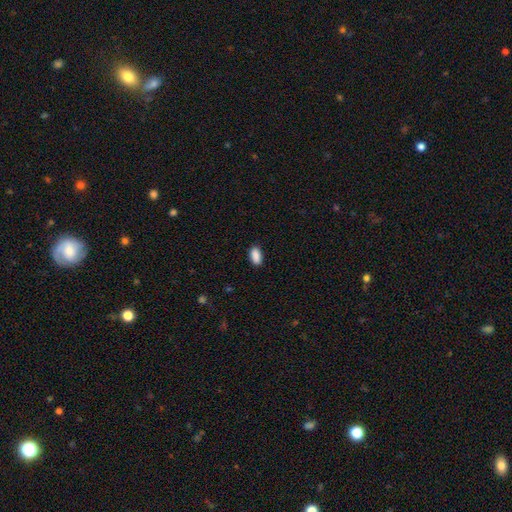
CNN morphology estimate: The model was most divided on "merging": none: 87%, minor disturbance: 10%, major disturbance: 2%, merger: 1%. More confident: how rounded — in between (92%); smooth or featured — smooth (90%).